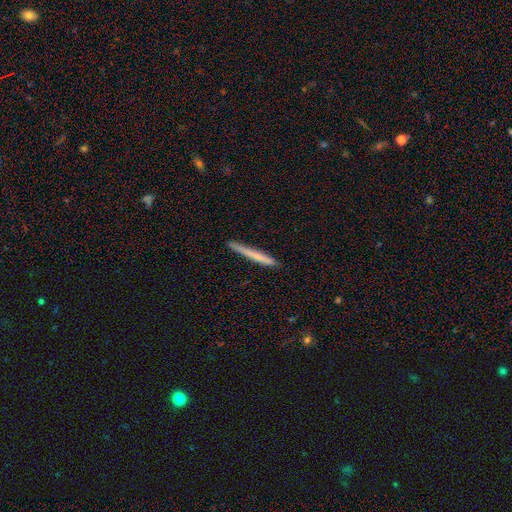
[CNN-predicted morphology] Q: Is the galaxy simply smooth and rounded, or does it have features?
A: smooth — 63%.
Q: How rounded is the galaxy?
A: cigar-shaped — 97%.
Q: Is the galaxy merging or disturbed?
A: none — 88%.